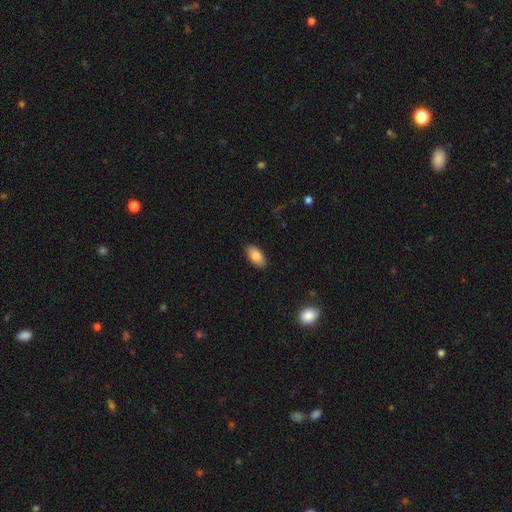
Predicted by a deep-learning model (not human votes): smooth-or-featured: smooth: 85% | featured or disk: 8% | star or artifact: 7%
  how-rounded: in between: 92% | cigar-shaped: 5% | round: 3%
  merging: none: 88% | minor disturbance: 9% | major disturbance: 2% | merger: 1%